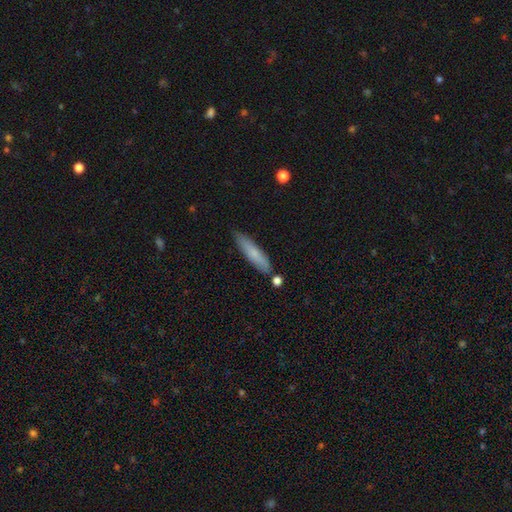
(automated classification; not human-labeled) A smooth galaxy with no disk features (74%) that is cigar-shaped (81%). Merging: none (76%).